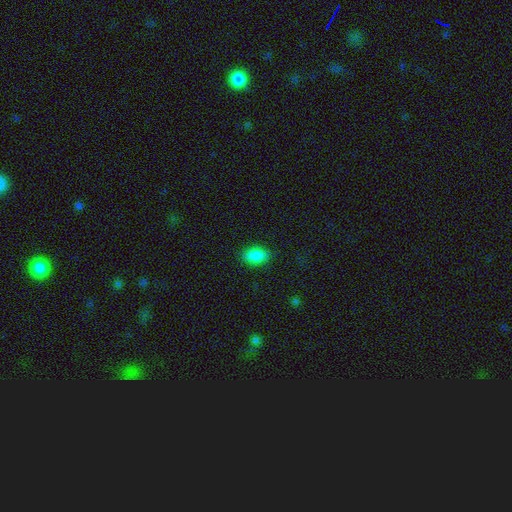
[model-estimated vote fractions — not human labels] A smooth galaxy with no disk features (87%) that is in between round and cigar-shaped (84%).

Vote fractions:
- Smooth or featured? smooth: 87% / star or artifact: 9% / featured or disk: 4%
- How rounded? in between: 84% / round: 15% / cigar-shaped: 1%
- Merging? none: 87% / minor disturbance: 9% / major disturbance: 3% / merger: 1%